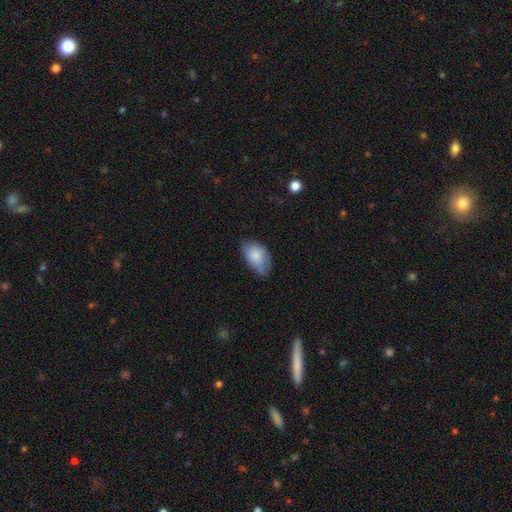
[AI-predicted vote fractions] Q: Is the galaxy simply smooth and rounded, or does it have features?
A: smooth — 77%.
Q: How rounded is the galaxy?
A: in between — 93%.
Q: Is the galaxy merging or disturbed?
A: none — 60%.